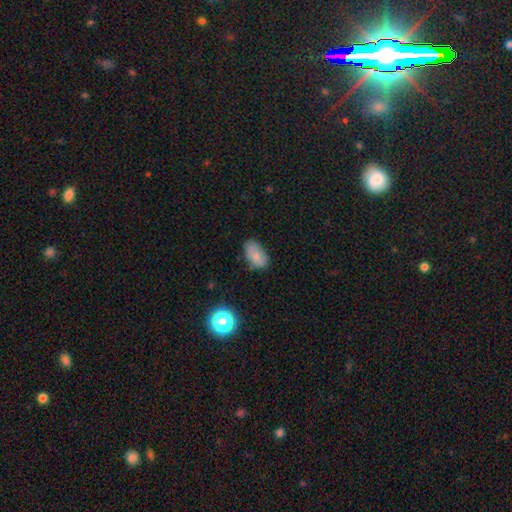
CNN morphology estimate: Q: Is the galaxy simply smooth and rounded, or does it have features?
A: smooth — 78%.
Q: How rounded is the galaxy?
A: in between — 91%.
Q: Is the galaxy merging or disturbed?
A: none — 71%.